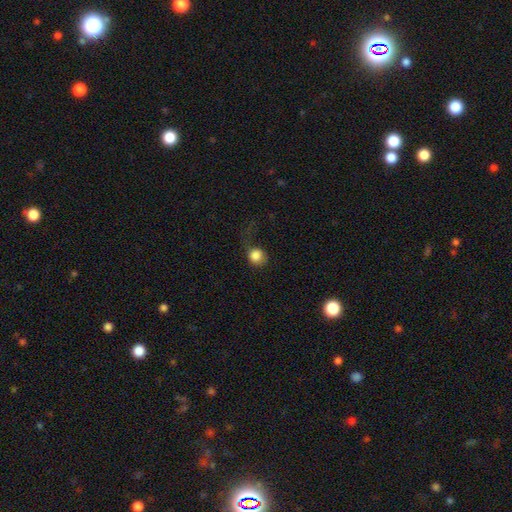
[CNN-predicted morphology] smooth-or-featured: smooth: 83% | star or artifact: 9% | featured or disk: 8%
  how-rounded: round: 86% | in between: 13% | cigar-shaped: 1%
  merging: none: 46% | major disturbance: 28% | minor disturbance: 24% | merger: 3%